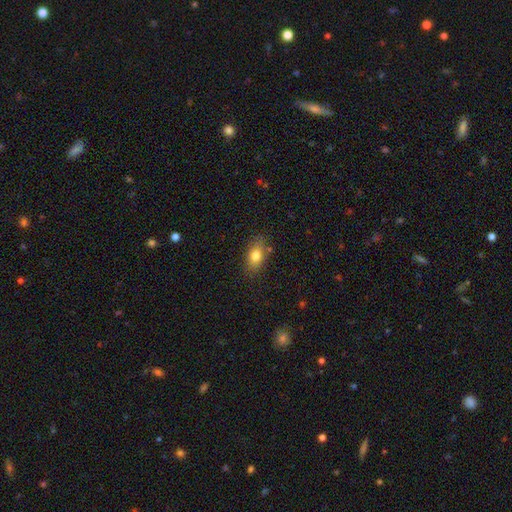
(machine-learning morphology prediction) A smooth galaxy with no disk features (79%) that is in between round and cigar-shaped (83%). Merging: none (78%).